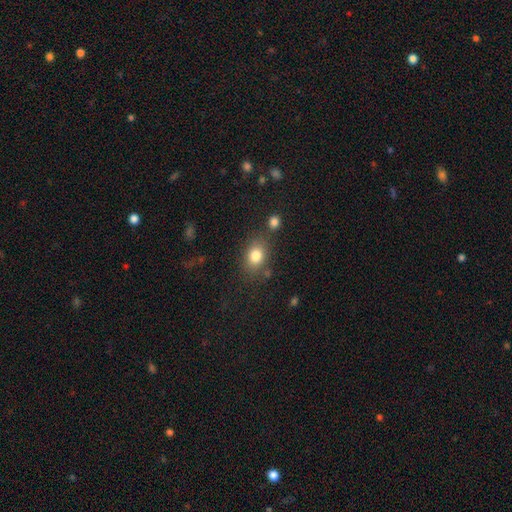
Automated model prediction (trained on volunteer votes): Morphology: type=smooth (81%); roundness=in between (63%); merging=none (72%).